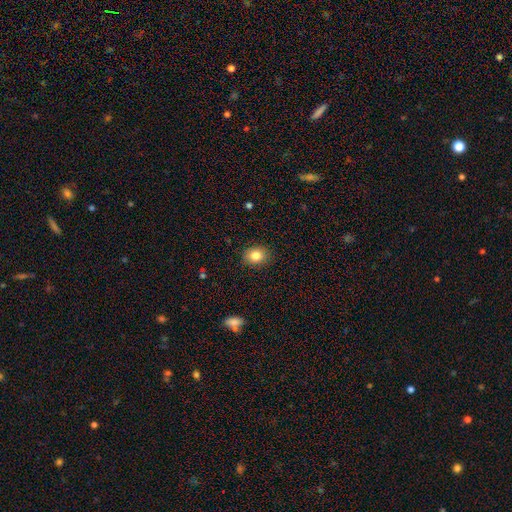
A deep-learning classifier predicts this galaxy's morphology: smooth 83%, star or artifact 9%, featured or disk 7%. Down the decision tree: how rounded — round (54%); merging — none (88%).